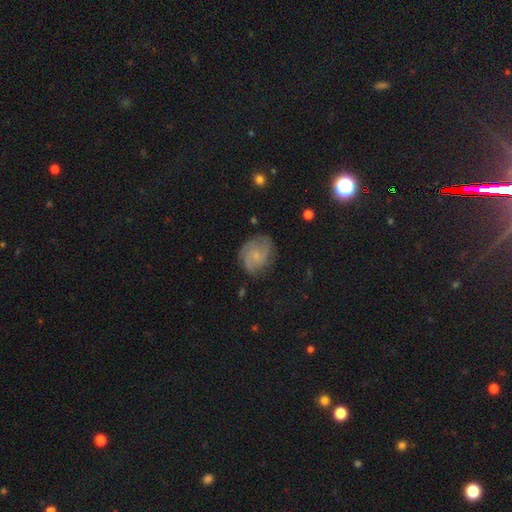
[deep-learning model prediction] Smooth or featured? Predicted: featured or disk (p=0.68). Edge-on disk? Predicted: no (p=0.98). Bar? Predicted: no (p=0.69). Spiral arms? Predicted: yes (p=0.91). Spiral winding? Predicted: medium (p=0.43). Spiral arm count? Predicted: 2 (p=0.40). Bulge size? Predicted: small (p=0.62). Merging? Predicted: none (p=0.71).